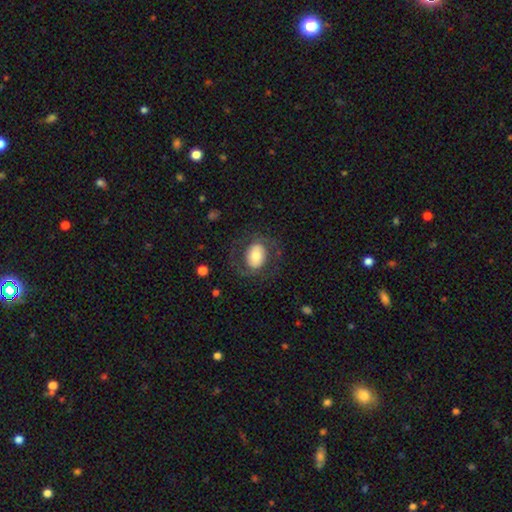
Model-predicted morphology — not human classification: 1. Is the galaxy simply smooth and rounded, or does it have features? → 58% smooth, 35% featured or disk, 8% star or artifact.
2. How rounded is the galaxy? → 58% in between, 41% round, 1% cigar-shaped.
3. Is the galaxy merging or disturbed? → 70% none, 15% major disturbance, 14% minor disturbance, 1% merger.